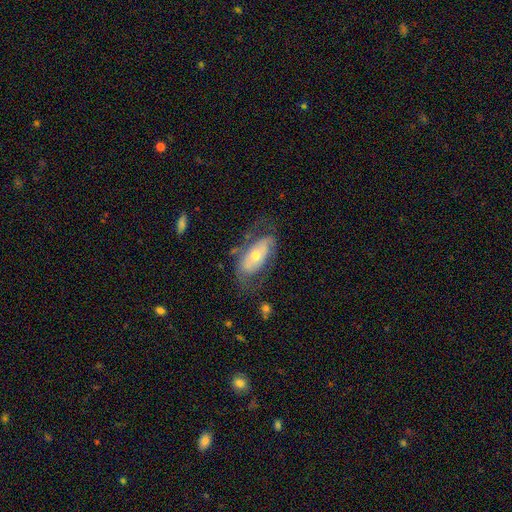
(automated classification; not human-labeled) Overall: featured or disk (59%; smooth 34%). Edge-on disk: no (87%). Bar: no (72%). Spiral arms: yes (60%; no 40%). Bulge size: moderate (48%; small 46%). Merging: none (56%; minor disturbance 22%).